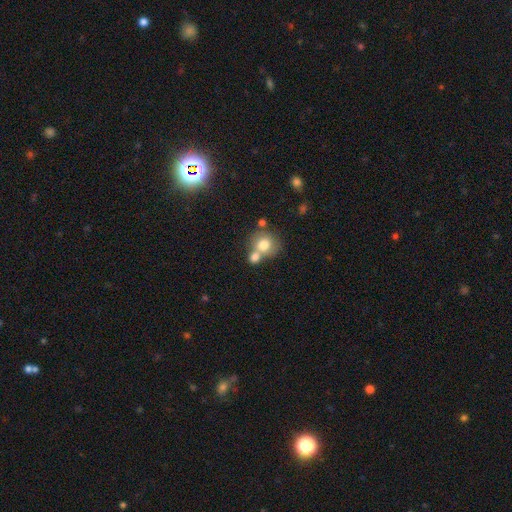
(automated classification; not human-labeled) This appears to be a smooth galaxy with no disk features (75%) that is round (78%). Merging: merger (47%).